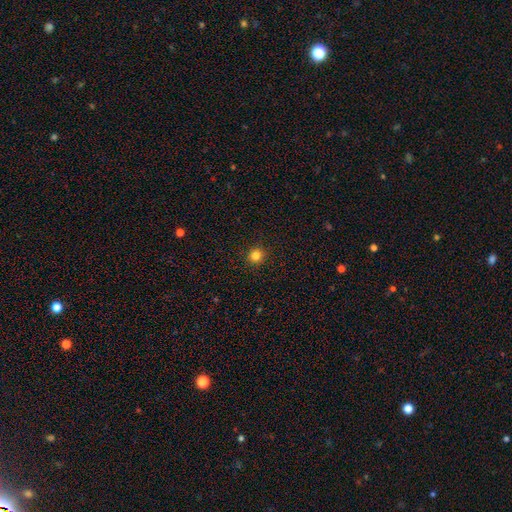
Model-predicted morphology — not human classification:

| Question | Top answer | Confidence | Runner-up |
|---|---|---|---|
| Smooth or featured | smooth | 82% | star or artifact (13%) |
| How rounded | round | 93% | in between (6%) |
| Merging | none | 92% | minor disturbance (5%) |